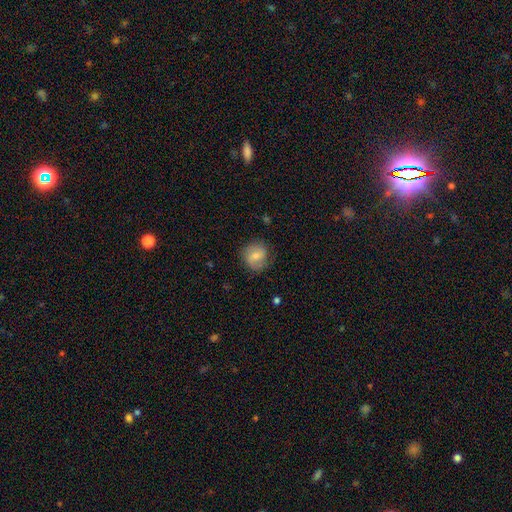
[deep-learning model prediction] A smooth galaxy with no disk features (61%) that is round (82%). Merging: none (76%).